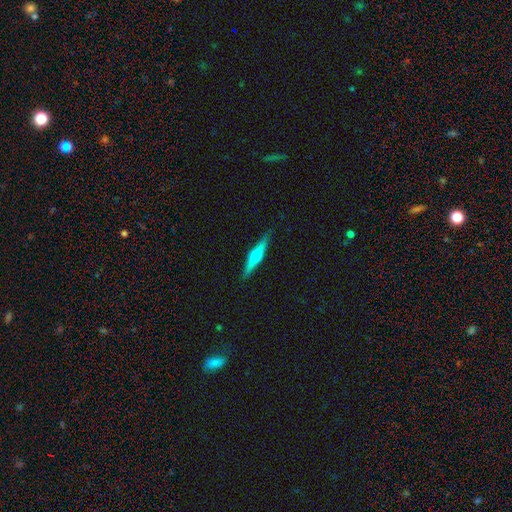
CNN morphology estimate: featured or disk 69%, smooth 26%, star or artifact 5%. Down the decision tree: edge-on disk — yes (98%); edge-on bulge — rounded (93%); merging — none (90%).